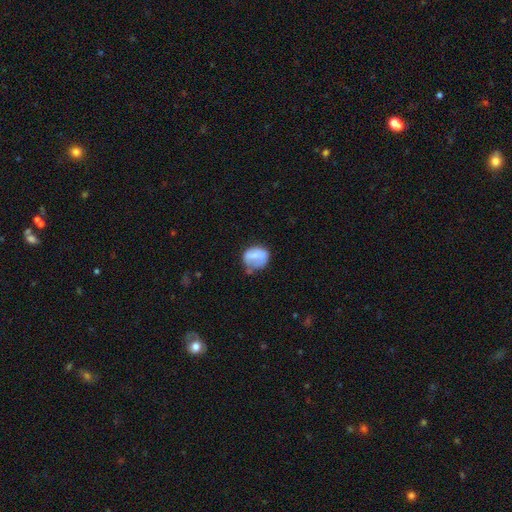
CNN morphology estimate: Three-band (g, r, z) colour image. It shows a smooth galaxy with no disk features (66%) that is round (62%). Merging: none (46%).